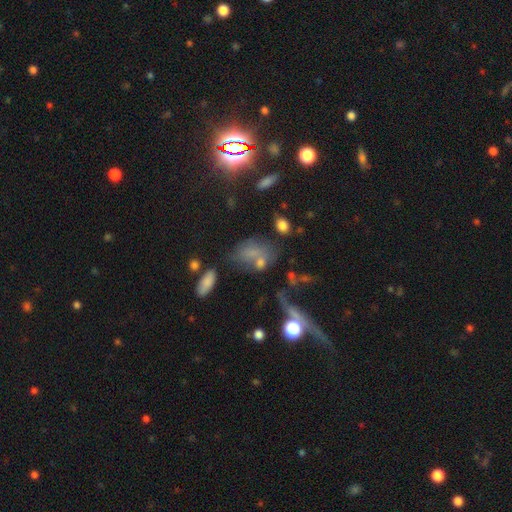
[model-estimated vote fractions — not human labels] smooth 52%, star or artifact 27%, featured or disk 21%. Down the decision tree: how rounded — in between (73%); merging — none (40%).